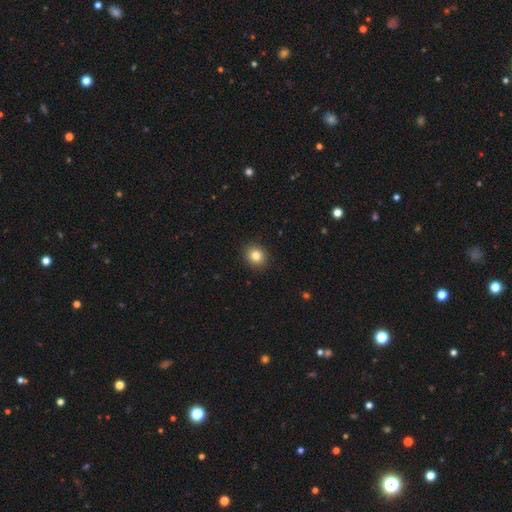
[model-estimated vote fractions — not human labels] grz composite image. It shows a smooth galaxy with no disk features (82%) that is round (75%). Merging: none (91%).